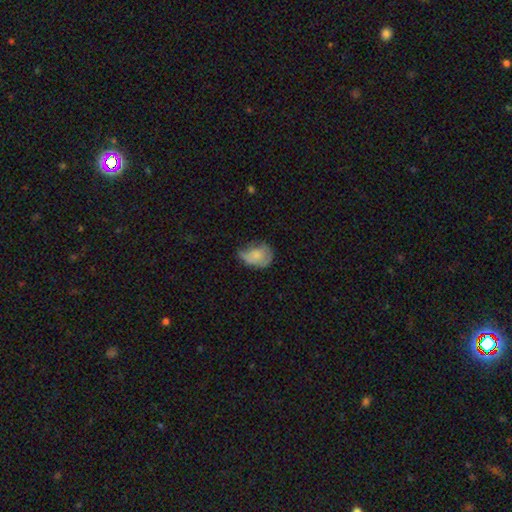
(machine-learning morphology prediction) Smooth or featured? smooth (67%)
How rounded? in between (68%)
Merging? minor disturbance (40%)